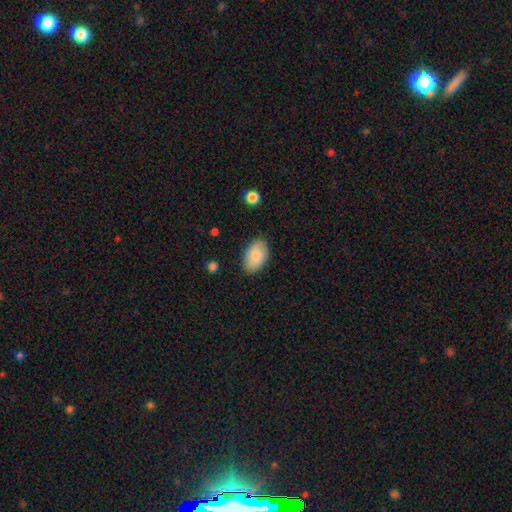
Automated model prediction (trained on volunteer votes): A smooth galaxy with no disk features (83%) that is in between round and cigar-shaped (93%).

Vote fractions:
- Smooth or featured? smooth: 83% / featured or disk: 11% / star or artifact: 6%
- How rounded? in between: 93% / round: 6% / cigar-shaped: 1%
- Merging? none: 84% / minor disturbance: 12% / major disturbance: 3% / merger: 1%